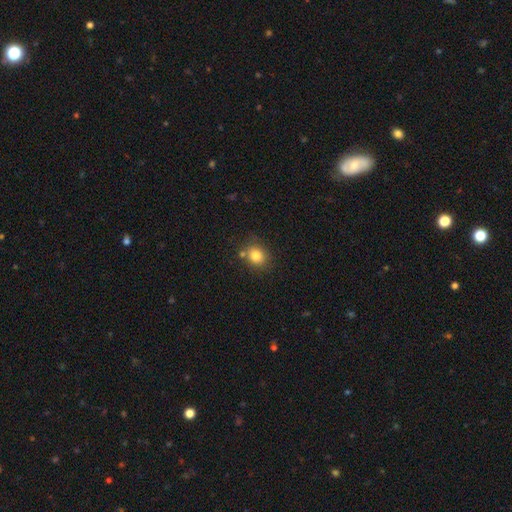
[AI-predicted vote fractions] smooth-or-featured: smooth: 82% | star or artifact: 11% | featured or disk: 7%
  how-rounded: round: 64% | in between: 35% | cigar-shaped: 1%
  merging: none: 74% | minor disturbance: 13% | merger: 10% | major disturbance: 4%